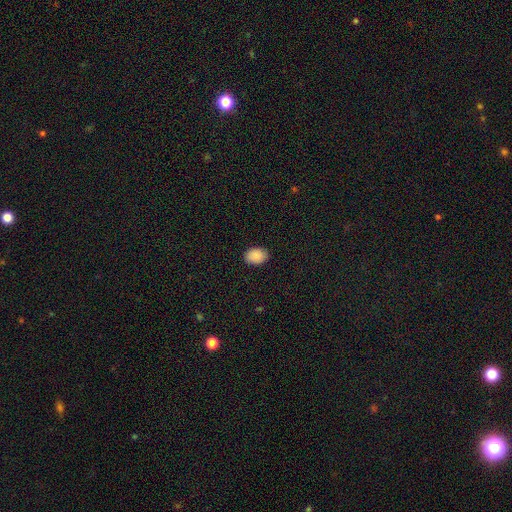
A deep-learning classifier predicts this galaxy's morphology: Overall: smooth (90%). How rounded: in between (77%). Merging: none (89%).